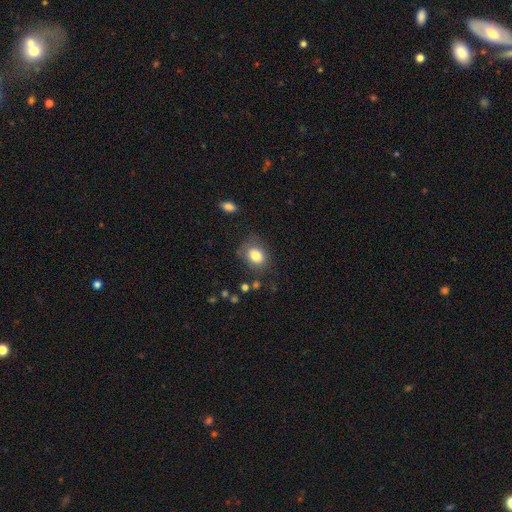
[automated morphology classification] Smooth or featured? smooth (82%)
How rounded? in between (56%)
Merging? none (69%)